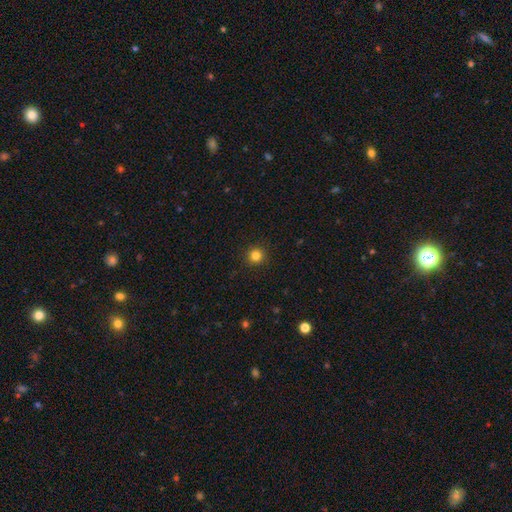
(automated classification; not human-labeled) Smooth or featured: smooth — 82% (star or artifact — 13%)
How rounded: round — 95% (in between — 4%)
Merging: none — 92% (minor disturbance — 5%)